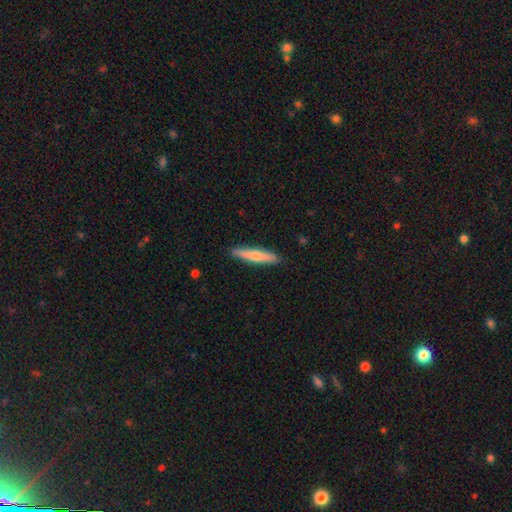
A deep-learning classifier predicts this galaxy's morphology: The model was most divided on "smooth or featured": smooth: 67%, featured or disk: 27%, star or artifact: 5%. More confident: merging — none (89%); how rounded — cigar-shaped (89%).